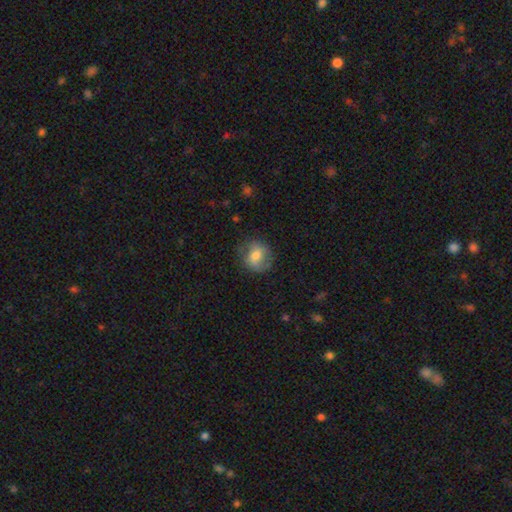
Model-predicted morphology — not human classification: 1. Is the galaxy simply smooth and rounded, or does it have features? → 58% smooth, 34% featured or disk, 8% star or artifact.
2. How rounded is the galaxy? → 72% round, 27% in between, 1% cigar-shaped.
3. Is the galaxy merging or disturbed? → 74% none, 18% minor disturbance, 7% major disturbance, 1% merger.